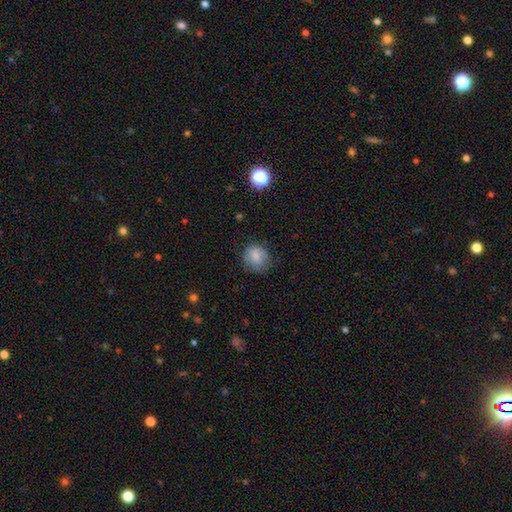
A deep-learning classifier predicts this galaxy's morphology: A smooth galaxy with no disk features (78%) that is round (78%). Merging: none (72%).